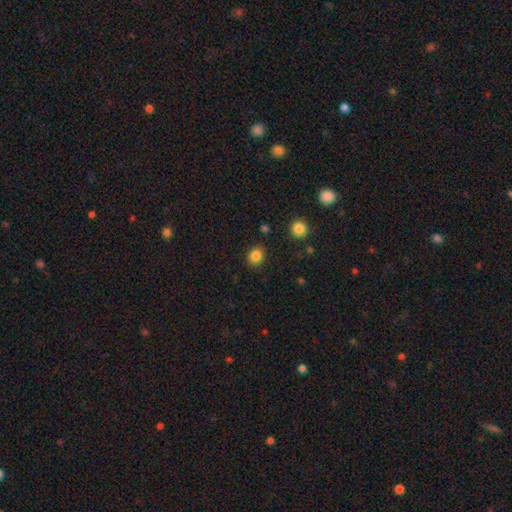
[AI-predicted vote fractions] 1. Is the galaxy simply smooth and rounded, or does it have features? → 85% smooth, 11% star or artifact, 5% featured or disk.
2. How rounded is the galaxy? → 69% round, 30% in between, 1% cigar-shaped.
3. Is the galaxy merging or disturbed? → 88% none, 8% minor disturbance, 2% major disturbance, 2% merger.